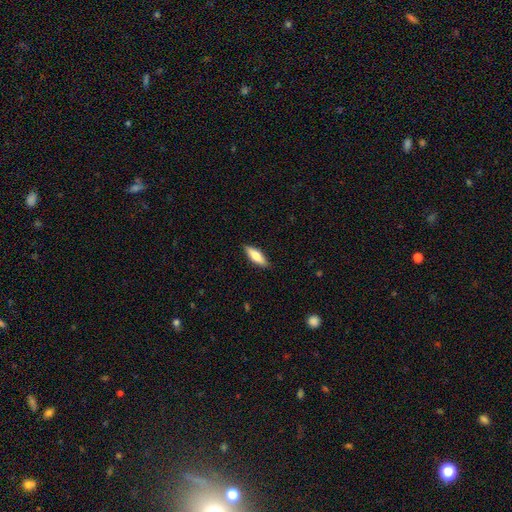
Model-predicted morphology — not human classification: Smooth or featured? Predicted: smooth (p=0.70). How rounded? Predicted: in between (p=0.56). Merging? Predicted: none (p=0.88).